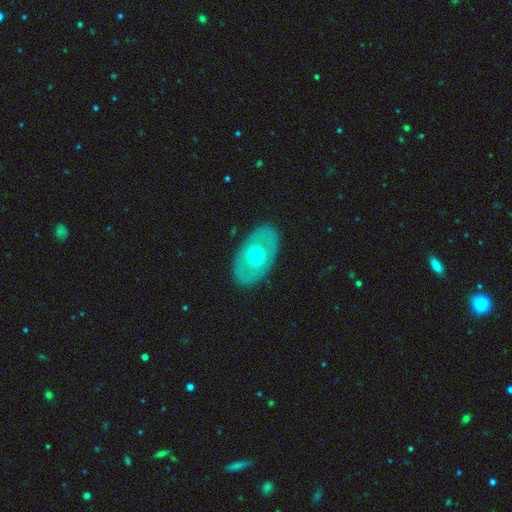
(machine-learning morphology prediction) A smooth galaxy with no disk features (48%). Merging: none (85%).